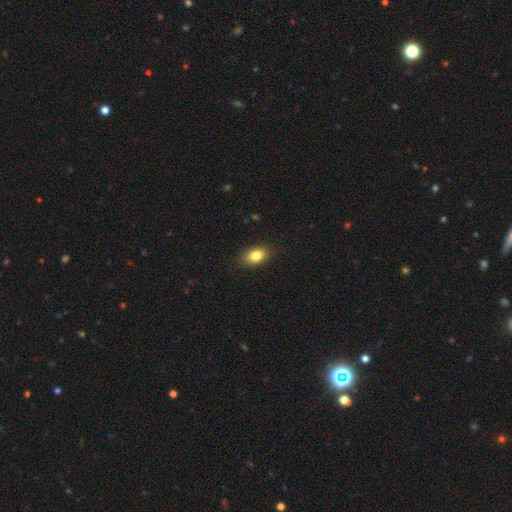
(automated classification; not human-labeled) smooth-or-featured: smooth: 83% | featured or disk: 9% | star or artifact: 8%
  how-rounded: in between: 84% | round: 14% | cigar-shaped: 2%
  merging: none: 86% | minor disturbance: 11% | major disturbance: 2% | merger: 1%